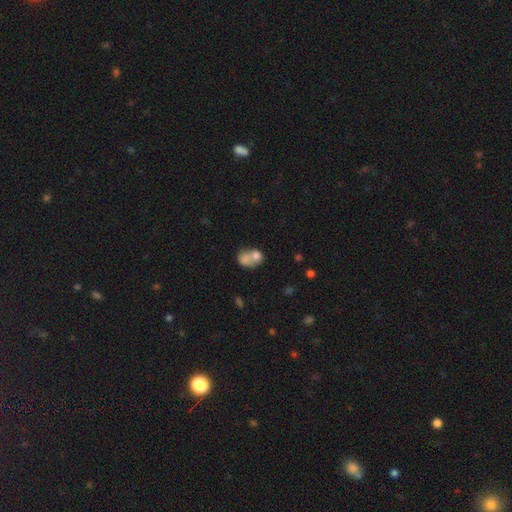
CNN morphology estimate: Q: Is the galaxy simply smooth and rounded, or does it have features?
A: smooth — 71%.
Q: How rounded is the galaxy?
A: round — 50%.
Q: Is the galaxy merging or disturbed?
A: merger — 65%.